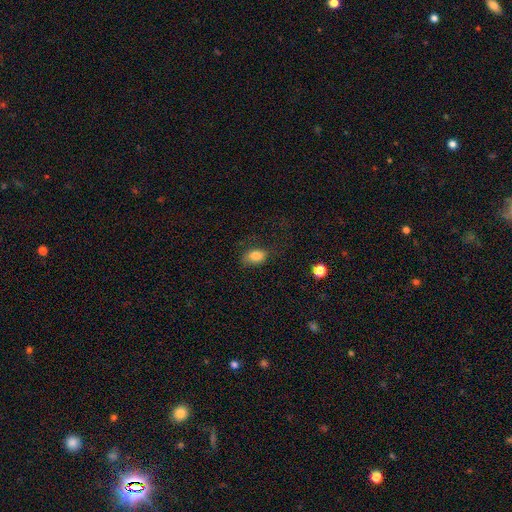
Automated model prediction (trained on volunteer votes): Morphology: type=smooth (83%); roundness=in between (84%); merging=none (68%).